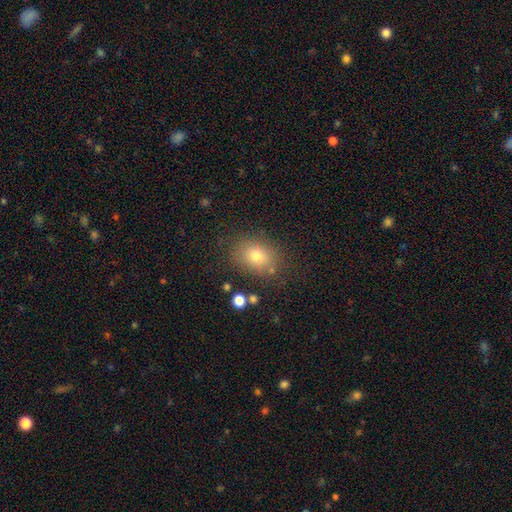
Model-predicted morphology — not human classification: Q: Smooth or featured?
A: smooth (73%); runner-up: star or artifact (15%)
Q: How rounded?
A: in between (56%); runner-up: round (43%)
Q: Merging?
A: none (80%); runner-up: minor disturbance (12%)